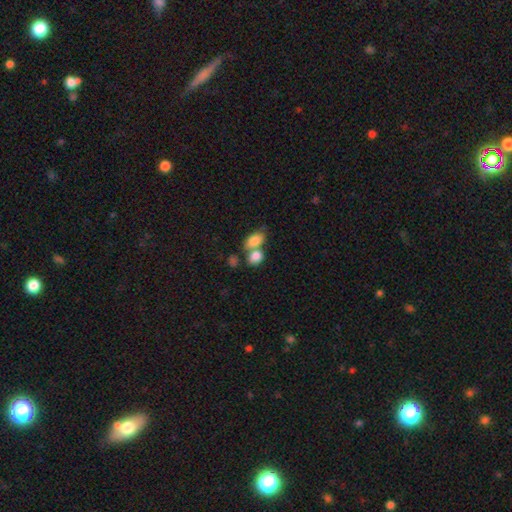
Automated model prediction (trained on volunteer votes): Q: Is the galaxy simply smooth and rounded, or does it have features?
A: smooth — 83%.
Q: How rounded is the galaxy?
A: in between — 73%.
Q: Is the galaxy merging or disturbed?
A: merger — 54%.